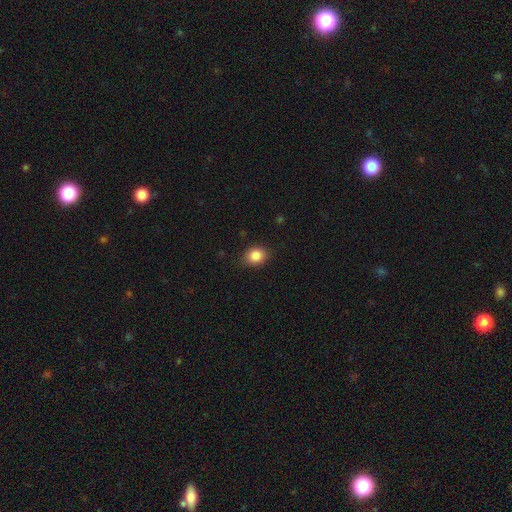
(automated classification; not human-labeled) This appears to be a smooth galaxy with no disk features (85%) that is round (51%). Merging: none (83%).